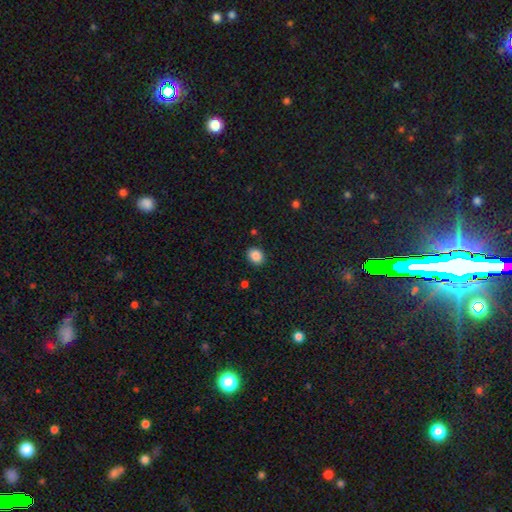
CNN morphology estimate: smooth 87%, star or artifact 9%, featured or disk 4%. Down the decision tree: how rounded — round (59%); merging — none (88%).